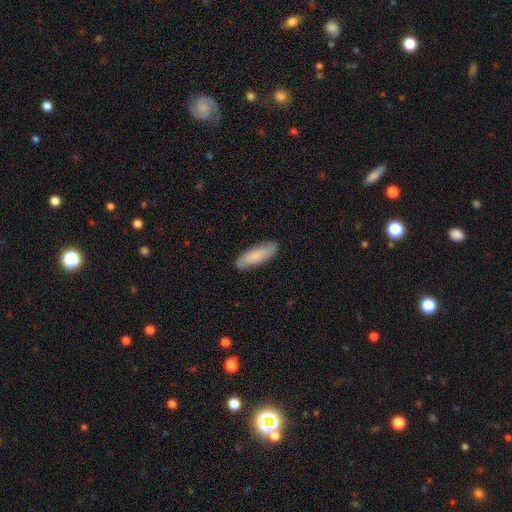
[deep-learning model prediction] The model was most divided on "how rounded": in between: 50%, cigar-shaped: 48%, round: 2%. More confident: merging — none (88%); smooth or featured — smooth (76%).